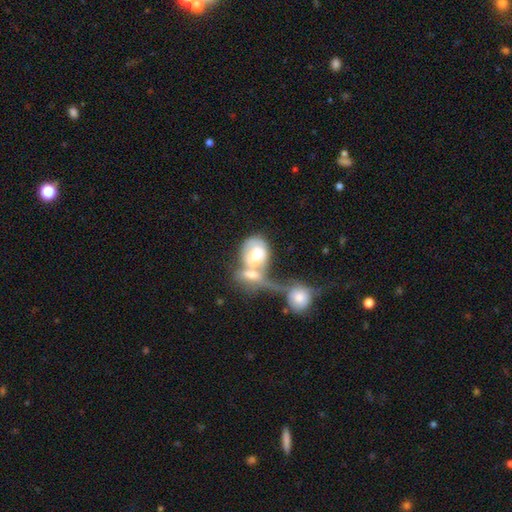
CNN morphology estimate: This is possibly a featured or disk galaxy (49%). Merging: likely merger (70%).